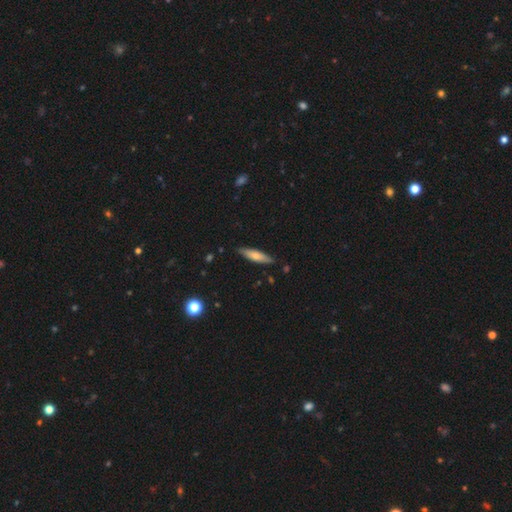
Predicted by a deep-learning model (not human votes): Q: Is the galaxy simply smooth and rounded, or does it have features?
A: smooth — 61%.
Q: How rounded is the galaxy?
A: cigar-shaped — 71%.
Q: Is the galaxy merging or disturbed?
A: none — 85%.